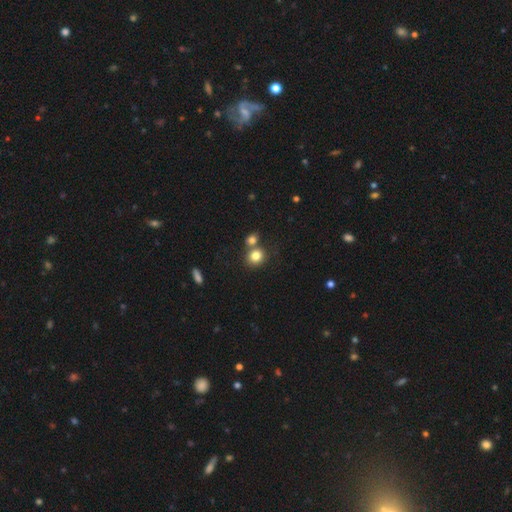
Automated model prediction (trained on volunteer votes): Overall: smooth (81%). How rounded: round (75%). Merging: none (54%; merger 34%).